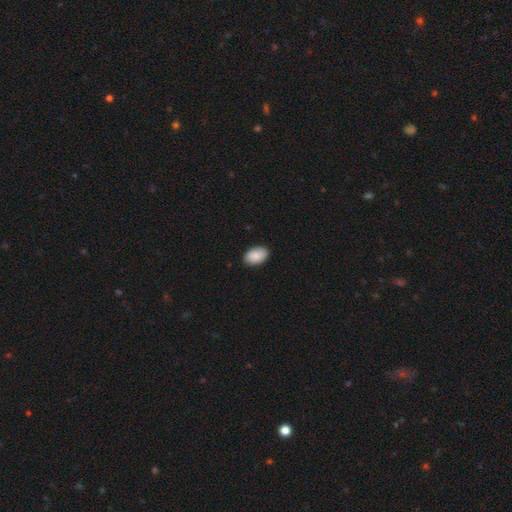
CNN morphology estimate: This appears to be a smooth galaxy with no disk features (89%) that is in between round and cigar-shaped (92%). Merging: none (89%).